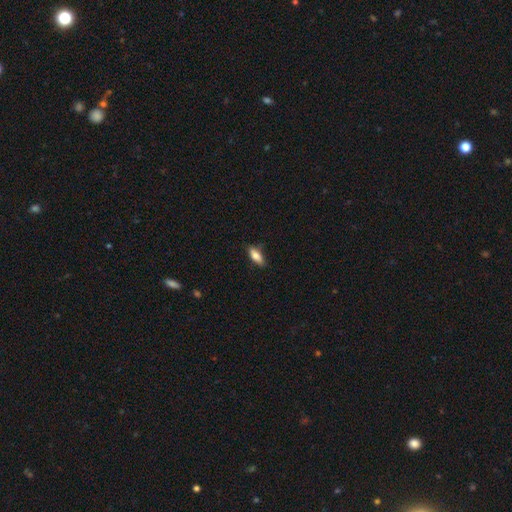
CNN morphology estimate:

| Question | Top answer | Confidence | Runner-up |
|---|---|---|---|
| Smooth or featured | smooth | 79% | featured or disk (14%) |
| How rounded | in between | 76% | cigar-shaped (22%) |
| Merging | none | 81% | minor disturbance (15%) |